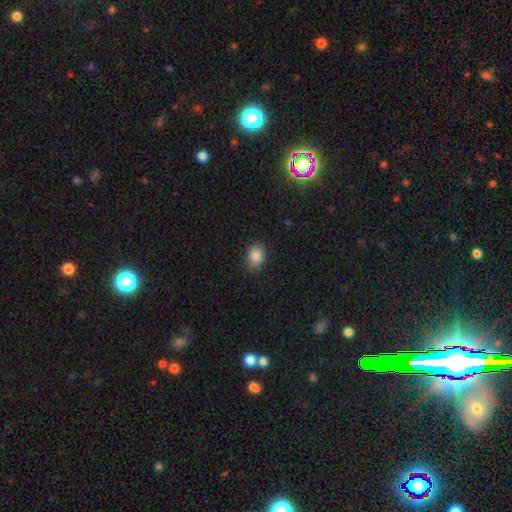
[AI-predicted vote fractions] This is clearly a smooth galaxy (86%). How rounded: likely in between (77%). Merging: likely none (79%).